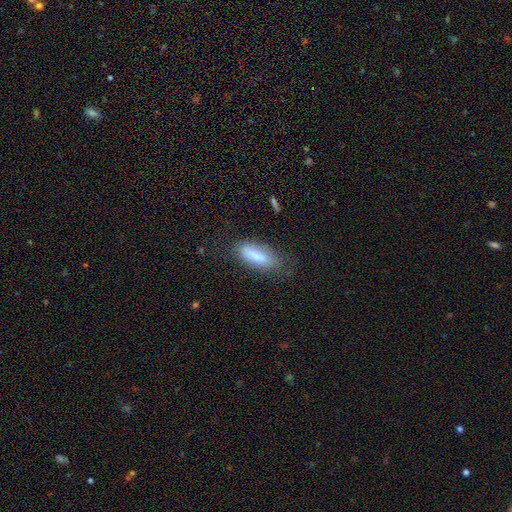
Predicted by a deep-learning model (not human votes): This is likely a smooth galaxy (80%). How rounded: likely in between (63%). Merging: likely none (70%).